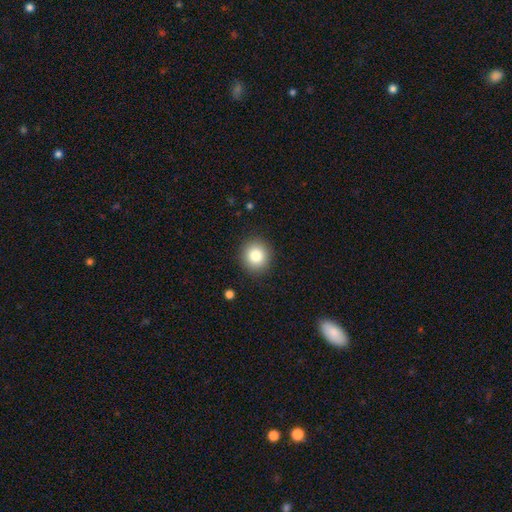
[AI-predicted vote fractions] Smooth or featured? smooth (82%)
How rounded? round (88%)
Merging? none (90%)